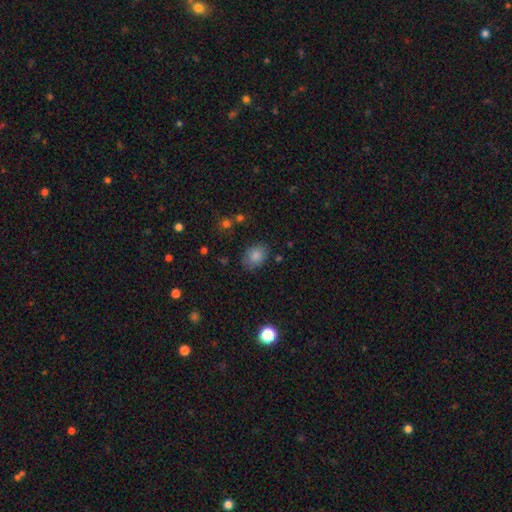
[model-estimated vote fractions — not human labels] Morphology: type=smooth (83%); roundness=in between (70%); merging=none (76%).